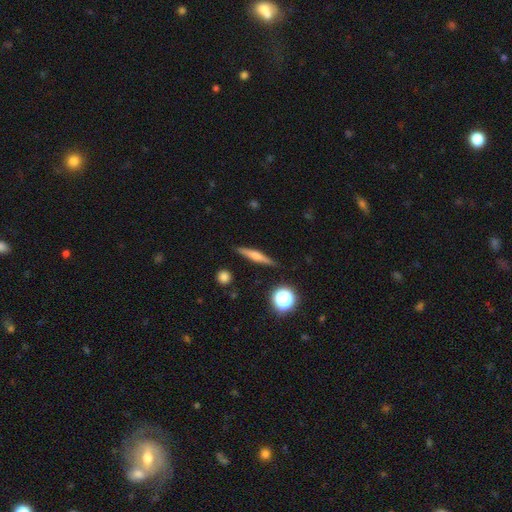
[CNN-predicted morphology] type=featured or disk (50%); edge-on=yes (96%); merging=none (88%).